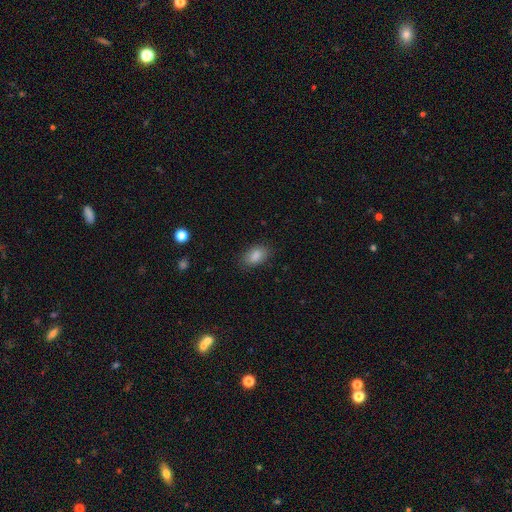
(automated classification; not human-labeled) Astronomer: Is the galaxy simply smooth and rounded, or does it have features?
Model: smooth — 87%.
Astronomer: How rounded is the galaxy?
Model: in between — 91%.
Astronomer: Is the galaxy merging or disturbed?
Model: none — 84%.